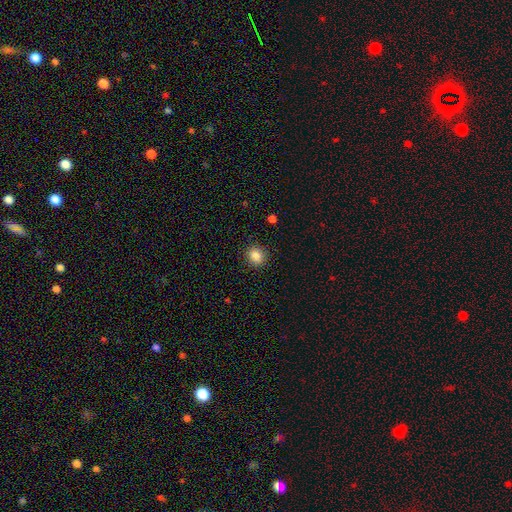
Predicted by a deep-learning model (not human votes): A smooth galaxy with no disk features (85%) that is round (65%).

Vote fractions:
- Smooth or featured? smooth: 85% / star or artifact: 10% / featured or disk: 5%
- How rounded? round: 65% / in between: 34% / cigar-shaped: 1%
- Merging? none: 90% / minor disturbance: 7% / major disturbance: 2% / merger: 1%